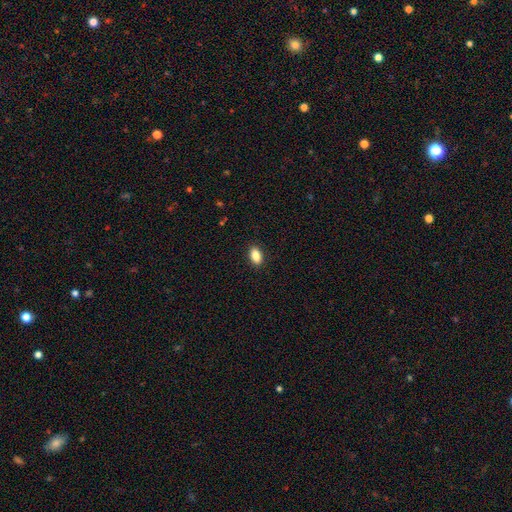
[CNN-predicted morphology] smooth 85%, star or artifact 8%, featured or disk 7%. Down the decision tree: how rounded — in between (89%); merging — none (90%).